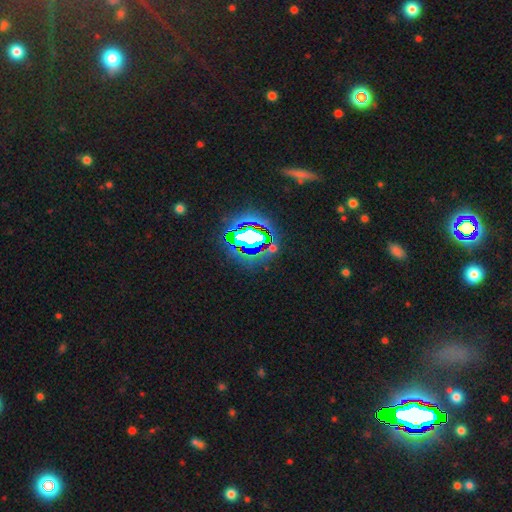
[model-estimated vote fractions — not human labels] This appears to be a star or artifact, not a galaxy (80%).